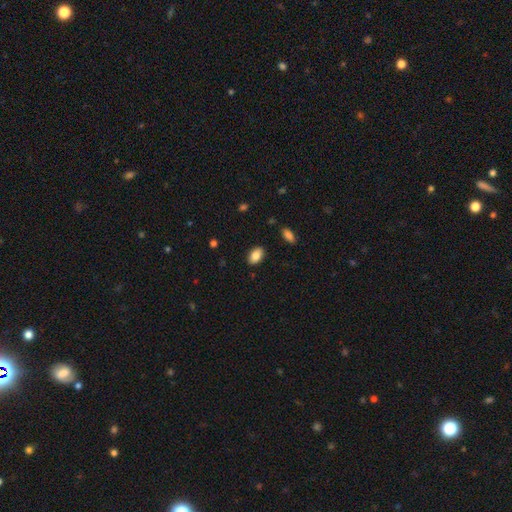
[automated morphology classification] type=smooth (85%); roundness=in between (90%); merging=none (88%).